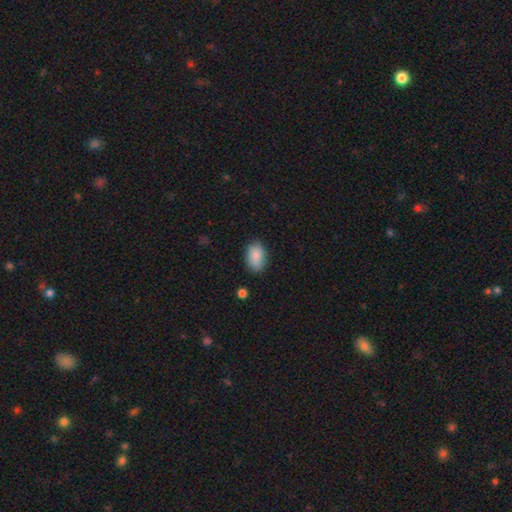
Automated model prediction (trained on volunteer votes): The model was most divided on "merging": none: 81%, minor disturbance: 14%, major disturbance: 3%, merger: 1%. More confident: how rounded — in between (90%); smooth or featured — smooth (86%).